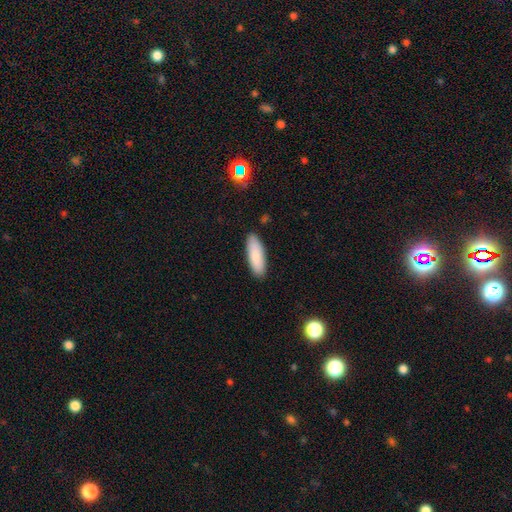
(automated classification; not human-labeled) Smooth or featured? smooth (86%)
How rounded? in between (61%)
Merging? none (88%)